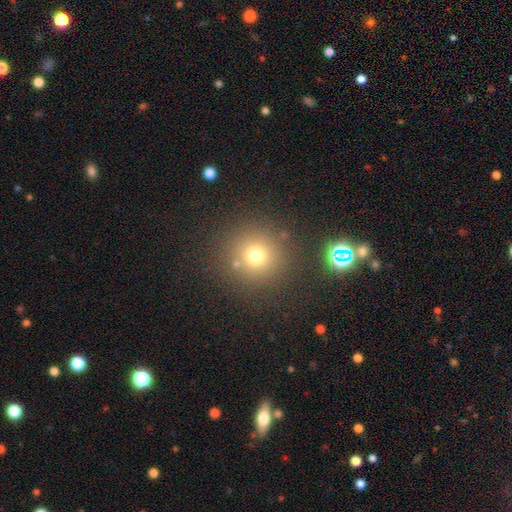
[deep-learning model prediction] This is likely a smooth galaxy (72%). How rounded: clearly round (94%). Merging: clearly none (83%).